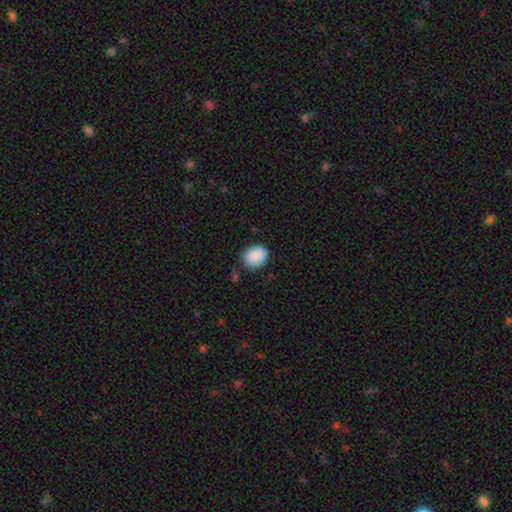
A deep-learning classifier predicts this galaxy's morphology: Smooth or featured? smooth (89%)
How rounded? round (51%)
Merging? none (79%)